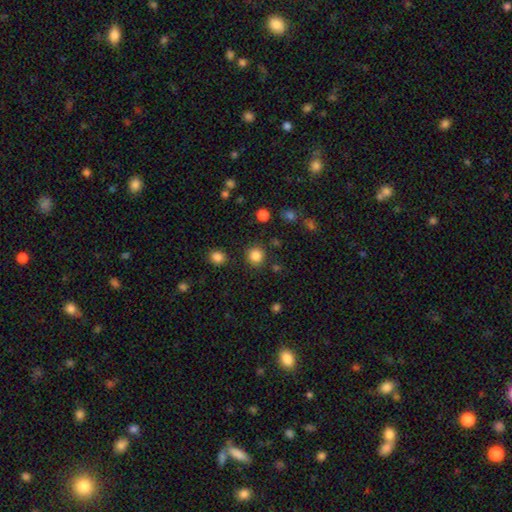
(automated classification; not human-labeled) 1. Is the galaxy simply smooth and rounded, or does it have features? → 85% smooth, 11% star or artifact, 3% featured or disk.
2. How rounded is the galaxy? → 92% round, 7% in between, 1% cigar-shaped.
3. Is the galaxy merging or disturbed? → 88% none, 7% minor disturbance, 3% major disturbance, 3% merger.